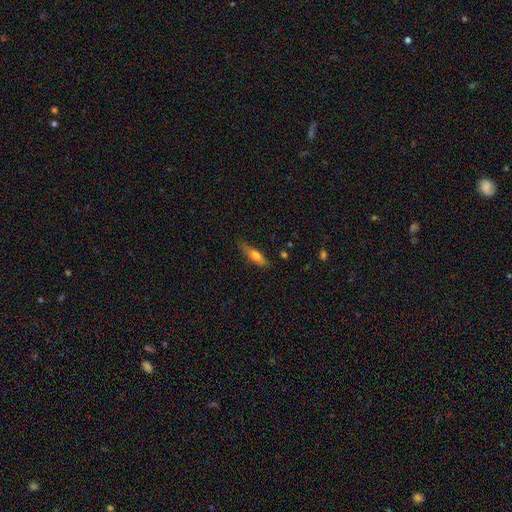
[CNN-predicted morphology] The model was most divided on "how rounded": cigar-shaped: 58%, in between: 40%, round: 2%. More confident: merging — none (74%); smooth or featured — smooth (63%).